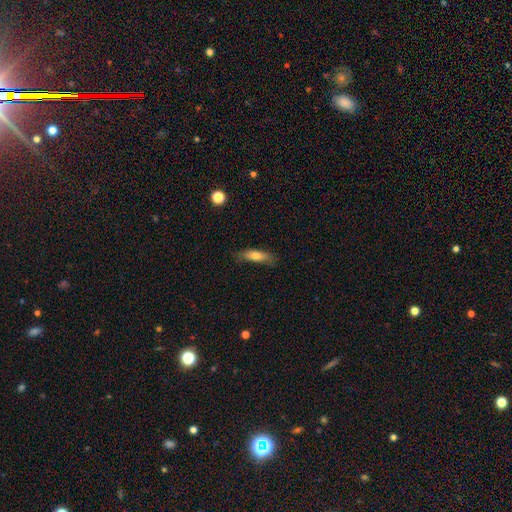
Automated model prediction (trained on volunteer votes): smooth 74%, featured or disk 19%, star or artifact 7%. Down the decision tree: how rounded — cigar-shaped (50%); merging — none (73%).